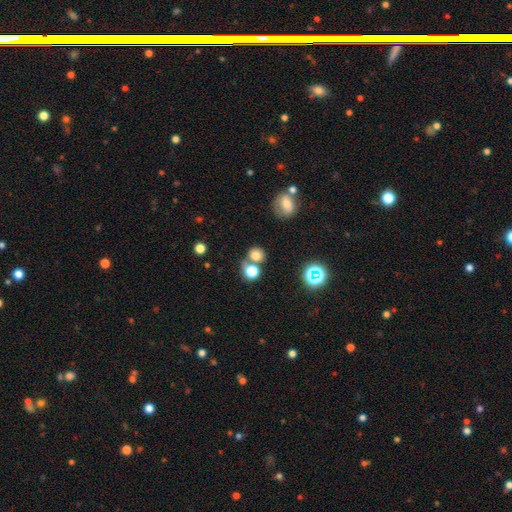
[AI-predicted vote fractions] Morphology: type=smooth (73%); roundness=round (80%); merging=none (51%).